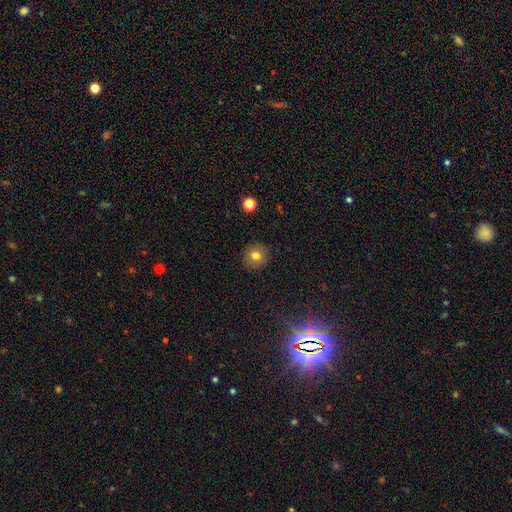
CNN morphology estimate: This appears to be a smooth galaxy with no disk features (79%) that is round (89%). Merging: none (90%).